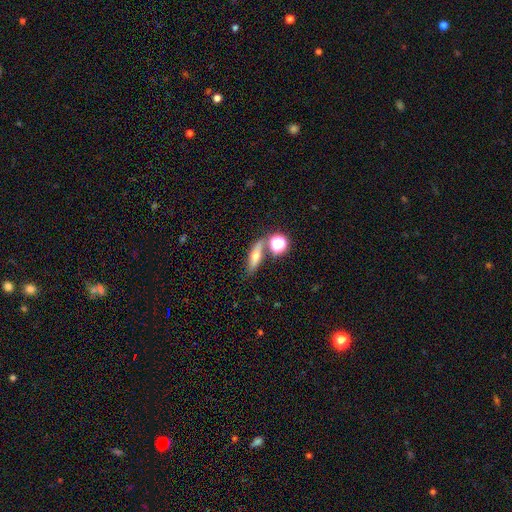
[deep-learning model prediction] Smooth or featured?
  - smooth: 50% *
  - featured or disk: 36%
  - star or artifact: 14%
Merging?
  - none: 67% *
  - merger: 15%
  - minor disturbance: 13%
  - major disturbance: 5%